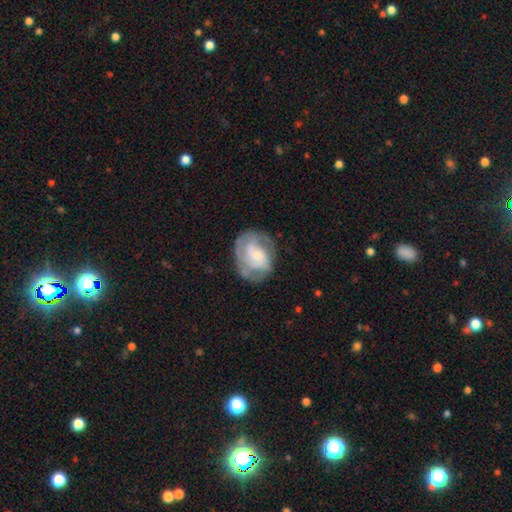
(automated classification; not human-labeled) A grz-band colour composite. It shows a featured or disk galaxy (58%) with no bar (69%), spiral arms (73%) and a small central bulge (54%). Merging: none (63%).